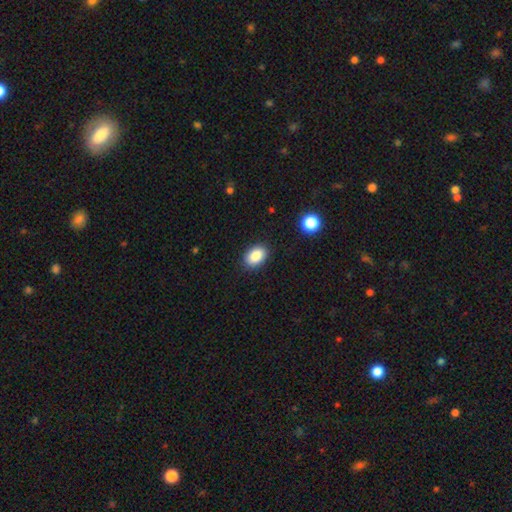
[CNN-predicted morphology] Overall: smooth (87%). How rounded: in between (84%). Merging: none (88%).